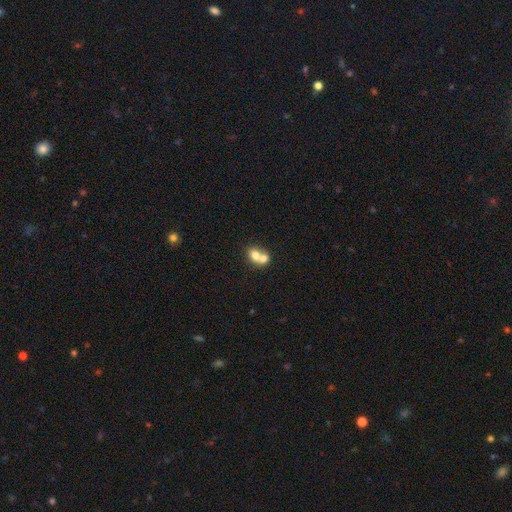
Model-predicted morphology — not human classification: This is likely a smooth galaxy (70%). How rounded: possibly round (50%). Merging: likely merger (69%).